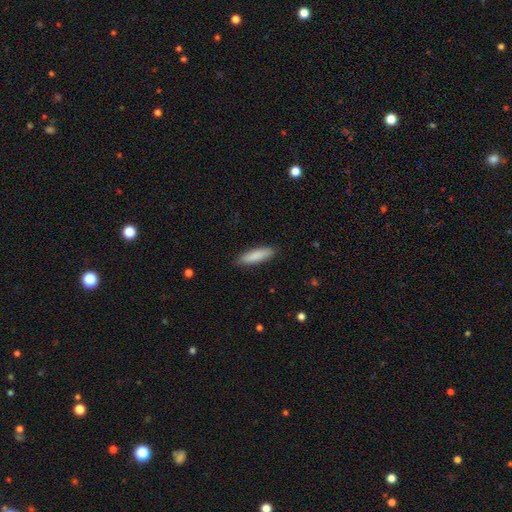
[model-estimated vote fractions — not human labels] Smooth or featured?
  - smooth: 86% *
  - featured or disk: 8%
  - star or artifact: 6%
How rounded?
  - cigar-shaped: 70% *
  - in between: 28%
  - round: 1%
Merging?
  - none: 88% *
  - minor disturbance: 9%
  - major disturbance: 2%
  - merger: 1%